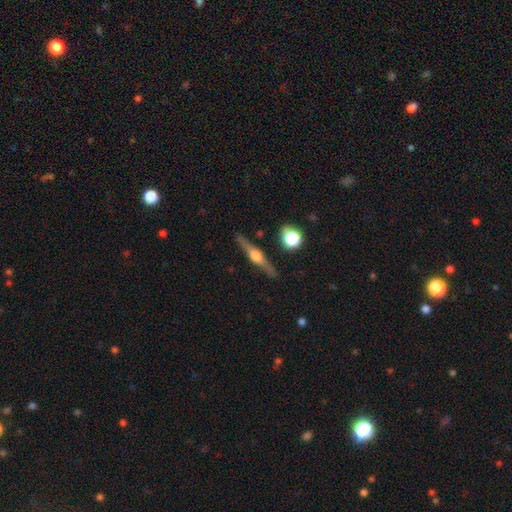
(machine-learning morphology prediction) Smooth or featured? featured or disk (79%)
Edge-on disk? yes (98%)
Edge-on bulge? rounded (94%)
Merging? none (89%)